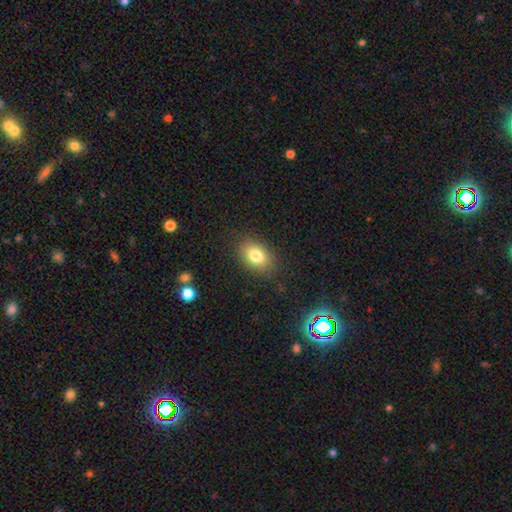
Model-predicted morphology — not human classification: A smooth galaxy with no disk features (80%) that is in between round and cigar-shaped (80%).

Vote fractions:
- Smooth or featured? smooth: 80% / featured or disk: 10% / star or artifact: 10%
- How rounded? in between: 80% / round: 19% / cigar-shaped: 1%
- Merging? none: 84% / minor disturbance: 11% / major disturbance: 3% / merger: 1%